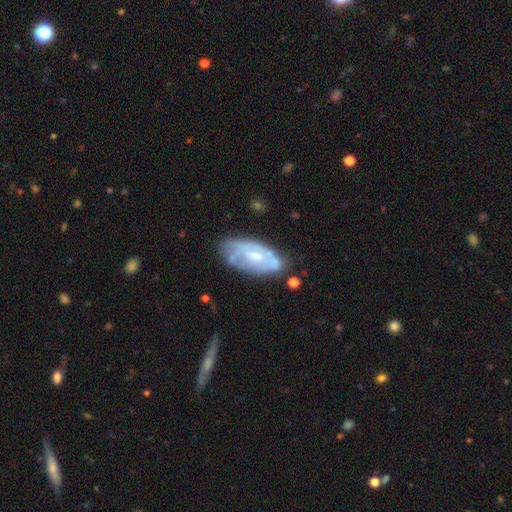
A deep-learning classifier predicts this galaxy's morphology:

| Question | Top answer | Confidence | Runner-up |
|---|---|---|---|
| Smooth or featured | featured or disk | 64% | smooth (29%) |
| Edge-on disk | no | 91% | yes (9%) |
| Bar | no | 67% | weak (28%) |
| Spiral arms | yes | 65% | no (35%) |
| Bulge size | small | 52% | moderate (37%) |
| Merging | none | 60% | minor disturbance (25%) |